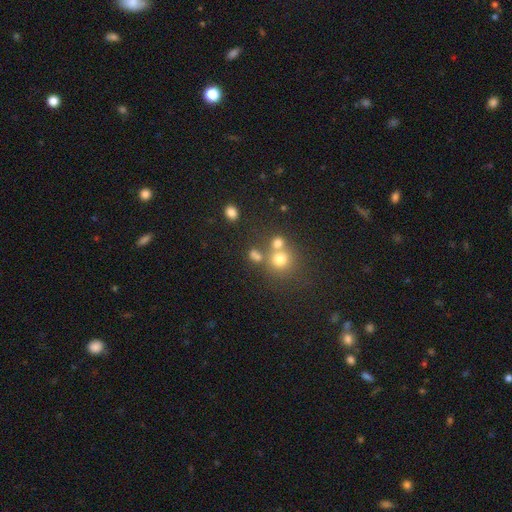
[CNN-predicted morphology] Smooth or featured? smooth (69%)
How rounded? round (71%)
Merging? none (54%)